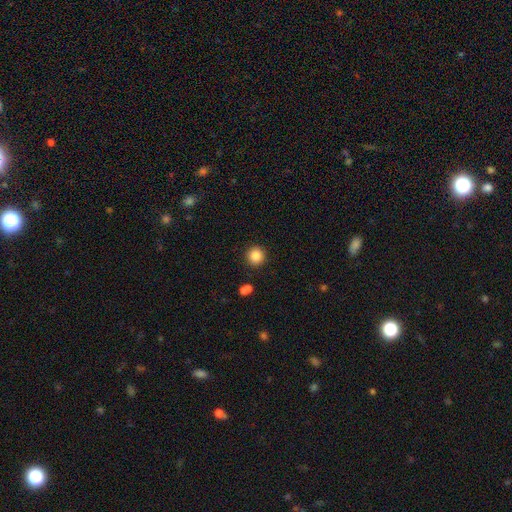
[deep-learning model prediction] Smooth or featured?
  - smooth: 86% *
  - star or artifact: 10%
  - featured or disk: 4%
How rounded?
  - round: 94% *
  - in between: 5%
  - cigar-shaped: 1%
Merging?
  - none: 90% *
  - minor disturbance: 6%
  - merger: 2%
  - major disturbance: 2%